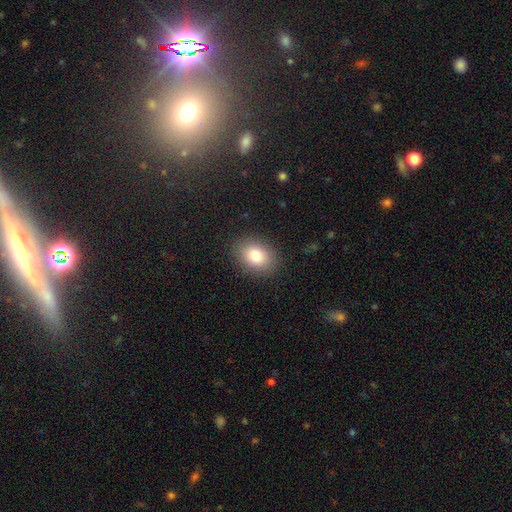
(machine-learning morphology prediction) Smooth or featured? smooth (80%)
How rounded? in between (63%)
Merging? none (88%)